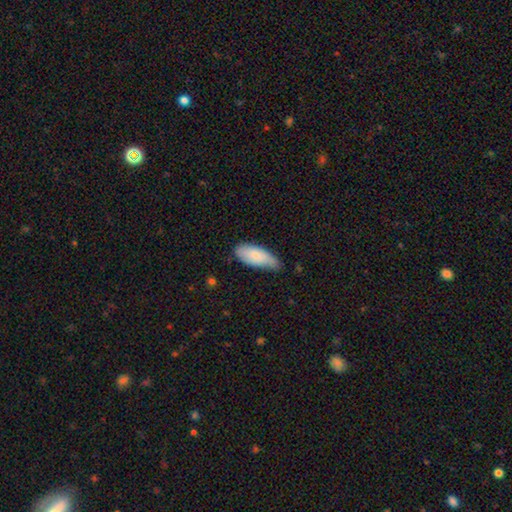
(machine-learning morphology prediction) Smooth or featured? smooth (82%)
How rounded? in between (82%)
Merging? none (55%)